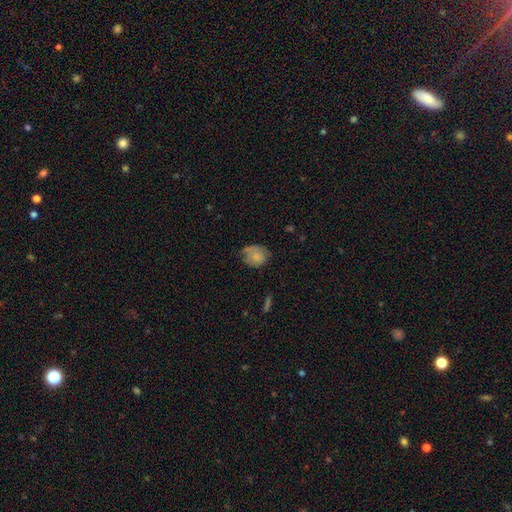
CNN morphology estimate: A smooth galaxy with no disk features (71%) that is round (54%).

Vote fractions:
- Smooth or featured? smooth: 71% / featured or disk: 20% / star or artifact: 8%
- How rounded? round: 54% / in between: 45% / cigar-shaped: 1%
- Merging? none: 48% / minor disturbance: 35% / major disturbance: 14% / merger: 2%